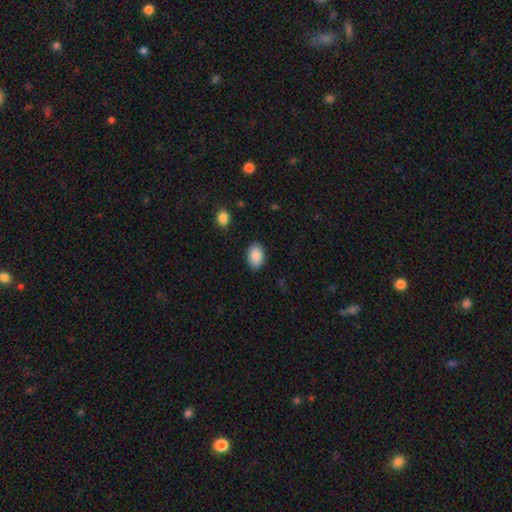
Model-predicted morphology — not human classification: Q: Smooth or featured?
A: smooth (89%); runner-up: star or artifact (7%)
Q: How rounded?
A: in between (85%); runner-up: round (14%)
Q: Merging?
A: none (87%); runner-up: minor disturbance (9%)